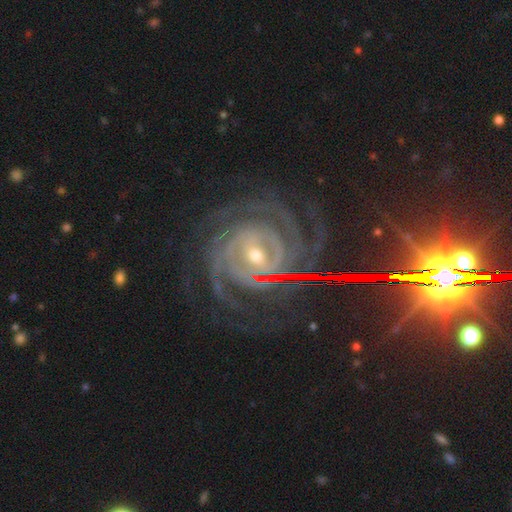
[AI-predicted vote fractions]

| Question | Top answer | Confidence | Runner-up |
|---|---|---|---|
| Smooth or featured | featured or disk | 88% | star or artifact (9%) |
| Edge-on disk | no | 97% | yes (3%) |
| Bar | strong | 36% | tied: weak (36%) |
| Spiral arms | yes | 98% | no (2%) |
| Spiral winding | tight | 74% | medium (22%) |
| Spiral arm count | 3 | 26% | 2 (20%) |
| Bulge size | small | 55% | moderate (41%) |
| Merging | none | 73% | minor disturbance (15%) |